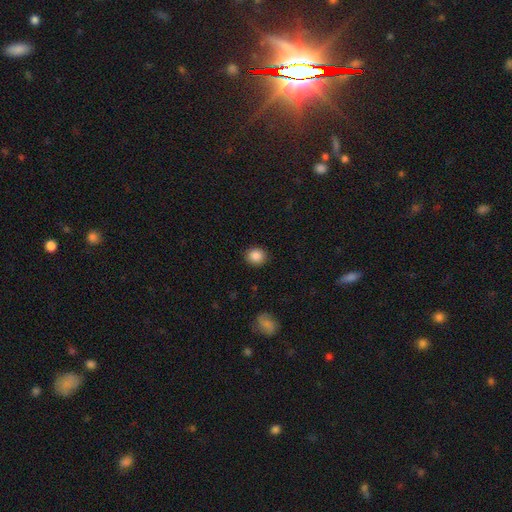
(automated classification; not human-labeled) Morphology: type=smooth (87%); roundness=round (81%); merging=none (90%).